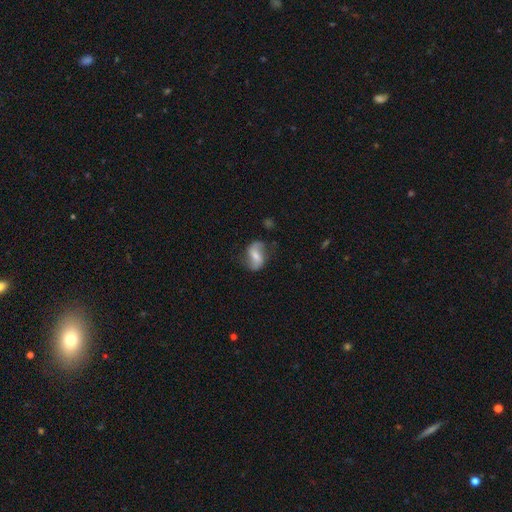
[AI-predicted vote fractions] This appears to be a featured or disk galaxy (63%) with a weak bar (43%), 2 (90%) loose (66%) spiral arms (90%) and a moderate central bulge (44%). Merging: none (68%).